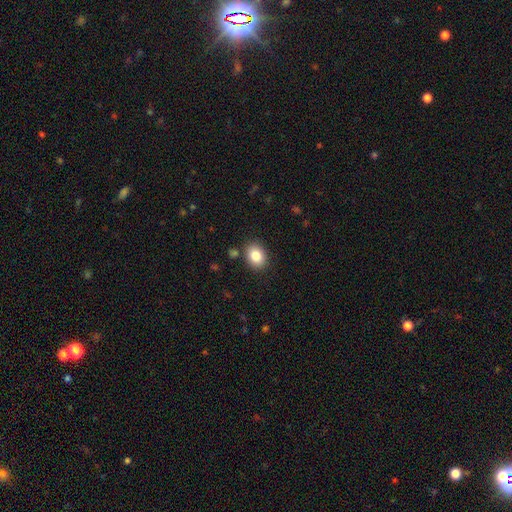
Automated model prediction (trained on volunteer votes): Smooth or featured? smooth (84%)
How rounded? in between (59%)
Merging? none (87%)